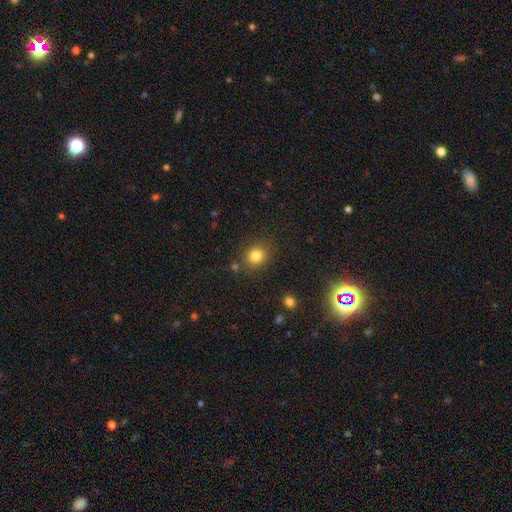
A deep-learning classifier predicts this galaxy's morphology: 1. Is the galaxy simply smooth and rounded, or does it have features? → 81% smooth, 13% star or artifact, 6% featured or disk.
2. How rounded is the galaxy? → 74% round, 25% in between, 1% cigar-shaped.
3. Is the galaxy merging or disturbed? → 83% none, 10% minor disturbance, 4% merger, 4% major disturbance.